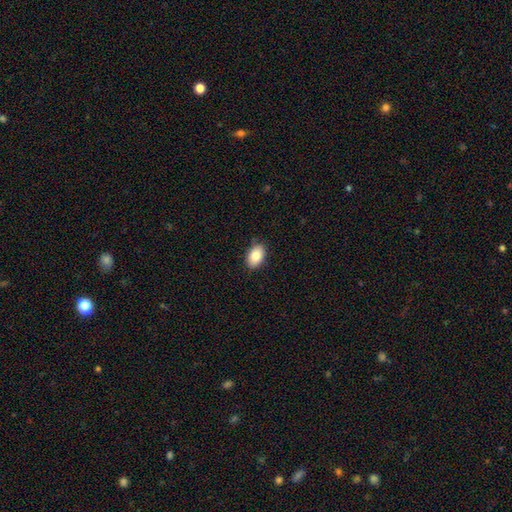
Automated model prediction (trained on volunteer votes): Smooth or featured: smooth — 86% (star or artifact — 7%)
How rounded: in between — 88% (round — 10%)
Merging: none — 85% (minor disturbance — 12%)